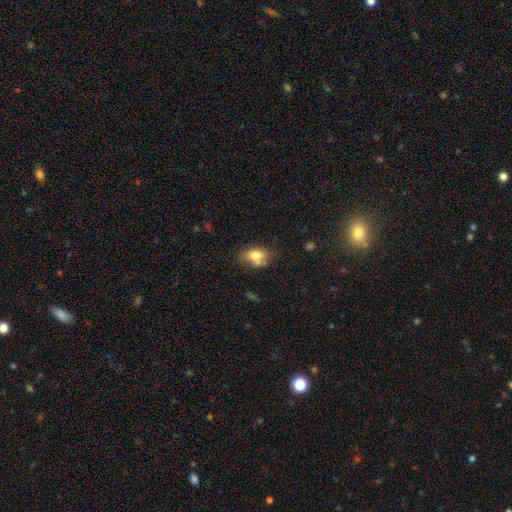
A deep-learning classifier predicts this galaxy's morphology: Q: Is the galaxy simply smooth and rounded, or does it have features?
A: smooth — 75%.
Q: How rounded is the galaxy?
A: in between — 83%.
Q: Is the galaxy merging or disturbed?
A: none — 56%.